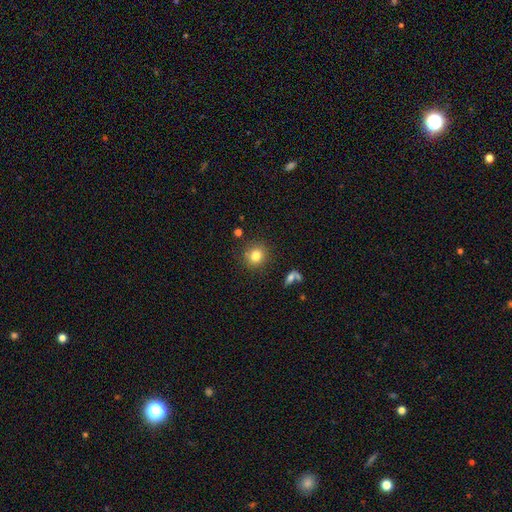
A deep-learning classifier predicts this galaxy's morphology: Smooth or featured? Predicted: smooth (p=0.81). How rounded? Predicted: round (p=0.88). Merging? Predicted: none (p=0.85).